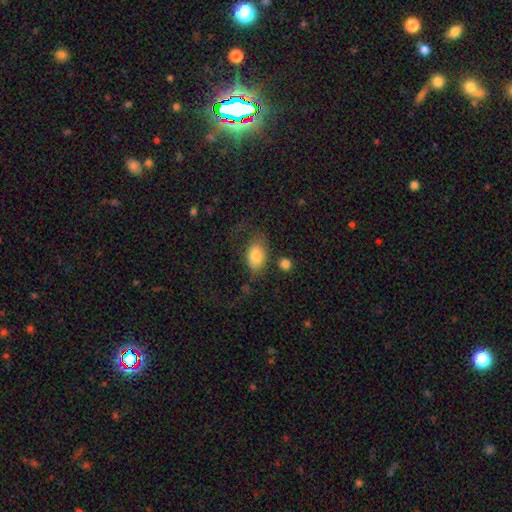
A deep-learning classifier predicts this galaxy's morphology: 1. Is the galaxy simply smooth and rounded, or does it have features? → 80% smooth, 12% featured or disk, 8% star or artifact.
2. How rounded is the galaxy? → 87% in between, 11% round, 2% cigar-shaped.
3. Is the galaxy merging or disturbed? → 54% none, 23% minor disturbance, 17% major disturbance, 6% merger.